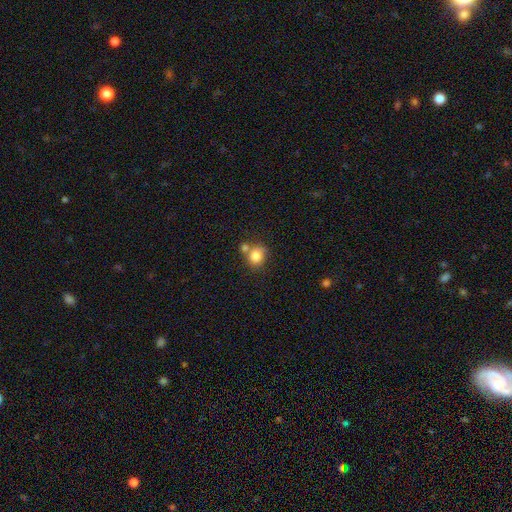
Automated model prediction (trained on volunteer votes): Overall: smooth (81%). How rounded: round (74%). Merging: none (49%; merger 32%).